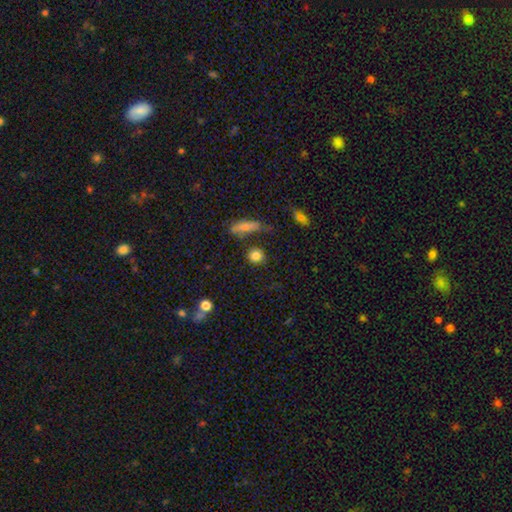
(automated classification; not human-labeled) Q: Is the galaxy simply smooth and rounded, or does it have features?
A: smooth — 83%.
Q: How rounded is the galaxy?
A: round — 85%.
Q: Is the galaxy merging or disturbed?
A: none — 80%.